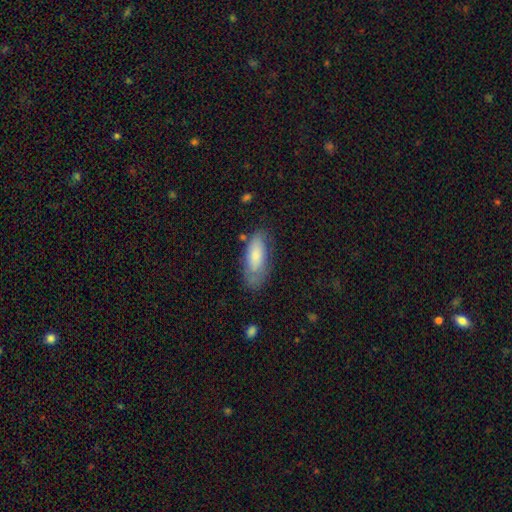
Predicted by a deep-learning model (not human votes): Q: Smooth or featured?
A: smooth (72%); runner-up: featured or disk (22%)
Q: How rounded?
A: in between (78%); runner-up: cigar-shaped (20%)
Q: Merging?
A: none (62%); runner-up: minor disturbance (25%)